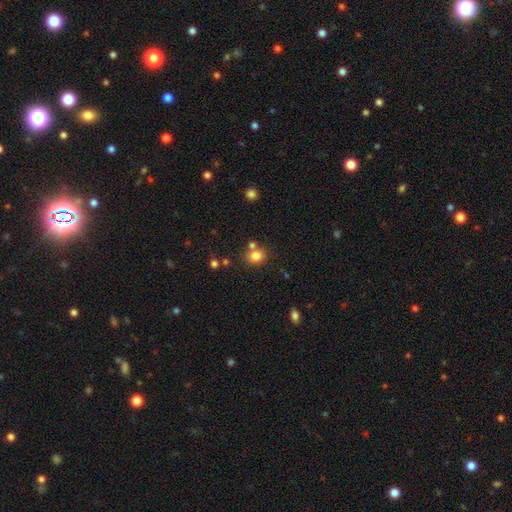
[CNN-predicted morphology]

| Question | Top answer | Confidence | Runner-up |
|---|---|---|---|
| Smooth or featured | smooth | 81% | star or artifact (12%) |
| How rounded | round | 57% | in between (42%) |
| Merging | none | 66% | merger (18%) |